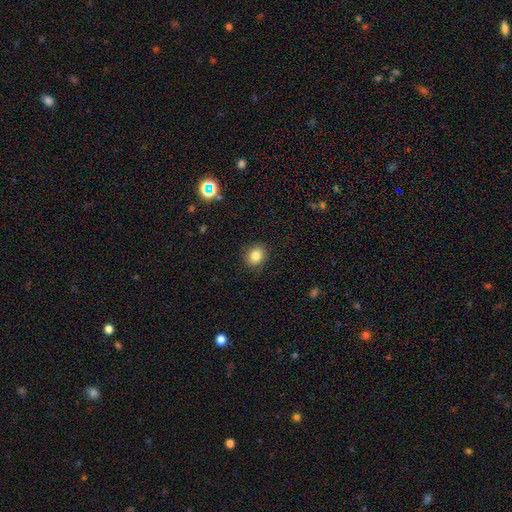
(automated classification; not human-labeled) Smooth or featured? Predicted: smooth (p=0.82). How rounded? Predicted: round (p=0.68). Merging? Predicted: none (p=0.88).